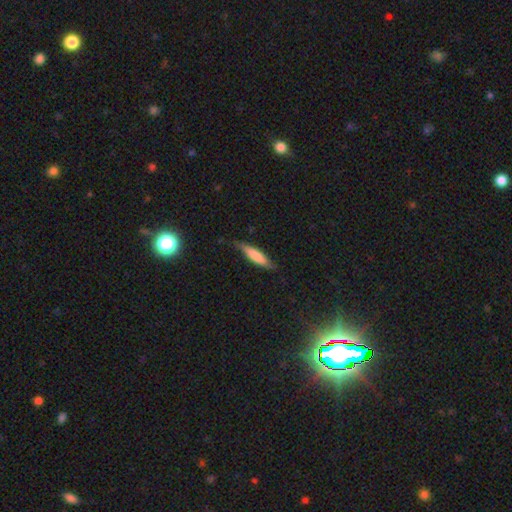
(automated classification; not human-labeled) The model was most divided on "smooth or featured": smooth: 69%, featured or disk: 25%, star or artifact: 6%. More confident: how rounded — cigar-shaped (72%); merging — none (70%).